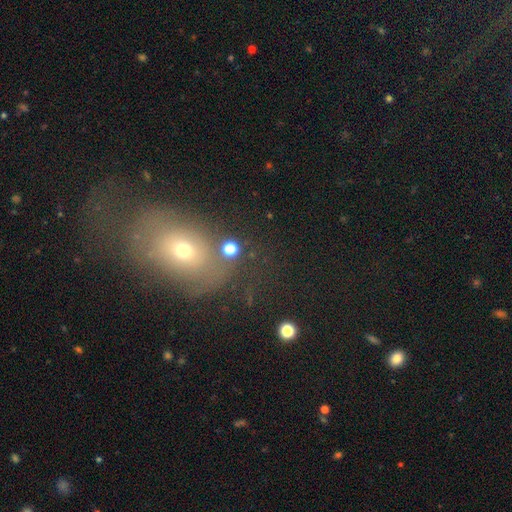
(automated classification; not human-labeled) Q: Smooth or featured?
A: smooth (42%); runner-up: featured or disk (34%)
Q: Merging?
A: none (56%); runner-up: minor disturbance (19%)